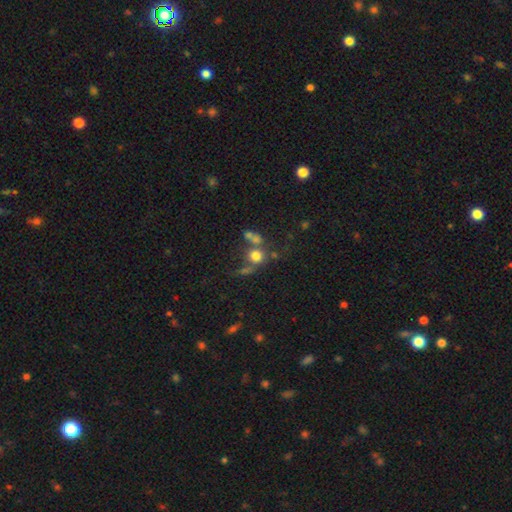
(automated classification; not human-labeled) smooth-or-featured: smooth: 68% | featured or disk: 16% | star or artifact: 16%
  how-rounded: round: 82% | in between: 16% | cigar-shaped: 2%
  merging: none: 41% | merger: 37% | major disturbance: 11% | minor disturbance: 11%